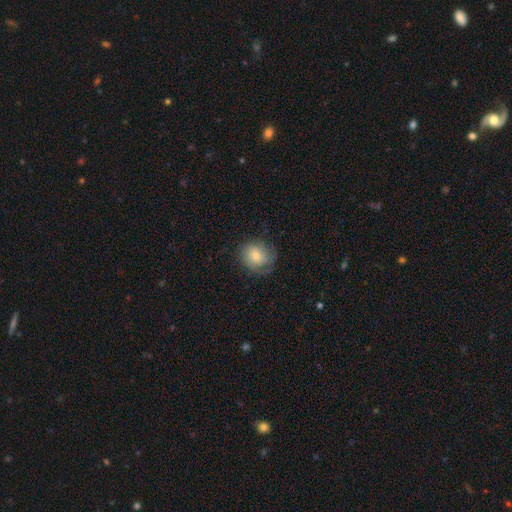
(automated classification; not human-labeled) A smooth galaxy with no disk features (61%) that is round (78%). Merging: none (69%).